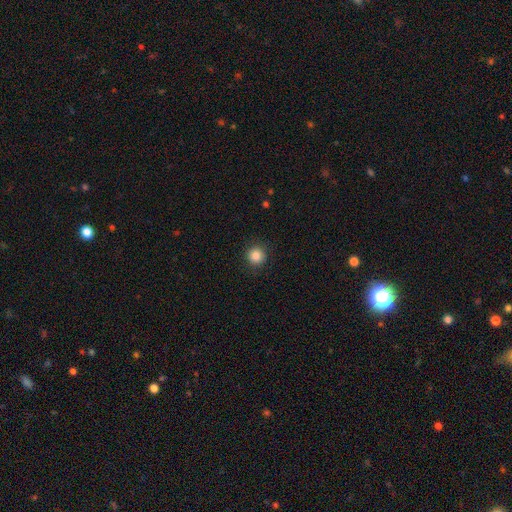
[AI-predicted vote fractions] Morphology: type=smooth (84%); roundness=round (95%); merging=none (91%).